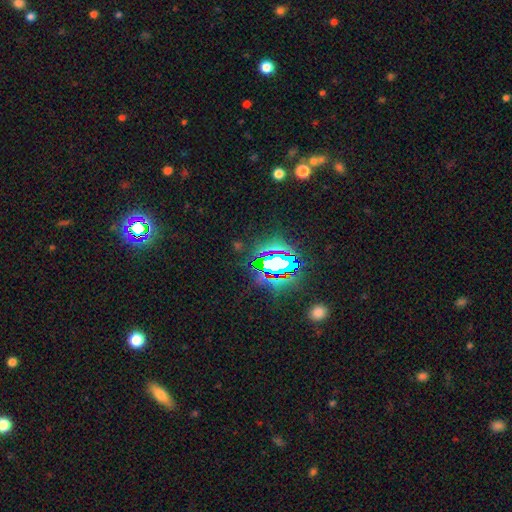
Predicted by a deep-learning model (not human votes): Q: Smooth or featured?
A: star or artifact (82%); runner-up: smooth (10%)